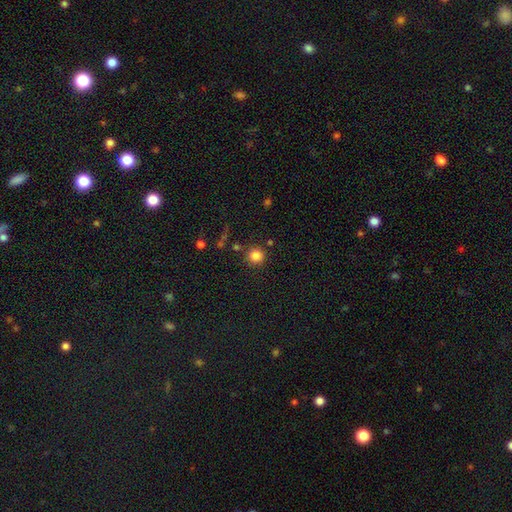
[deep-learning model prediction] Smooth or featured? smooth (85%)
How rounded? round (94%)
Merging? none (84%)